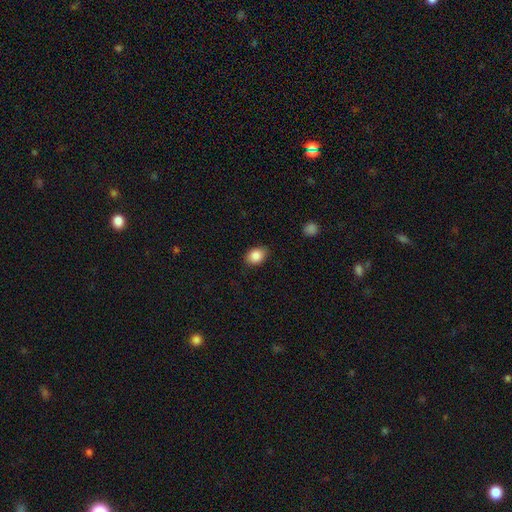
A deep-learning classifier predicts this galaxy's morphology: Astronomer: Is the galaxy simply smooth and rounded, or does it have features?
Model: smooth — 87%.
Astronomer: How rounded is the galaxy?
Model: in between — 71%.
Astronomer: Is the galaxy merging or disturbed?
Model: none — 84%.